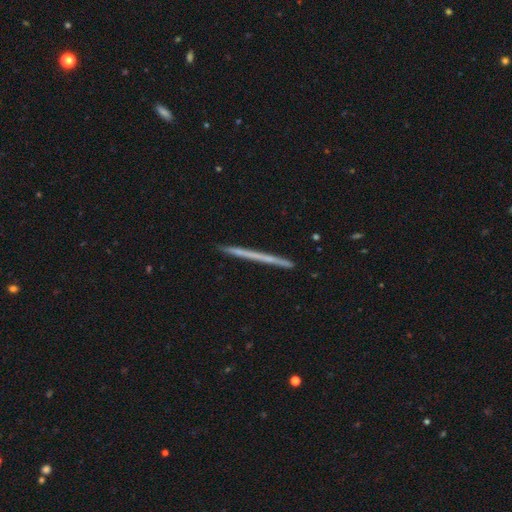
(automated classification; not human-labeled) The model was most divided on "smooth or featured": featured or disk: 52%, smooth: 42%, star or artifact: 6%. More confident: edge-on disk — yes (98%); edge-on bulge — none (93%); merging — none (92%).